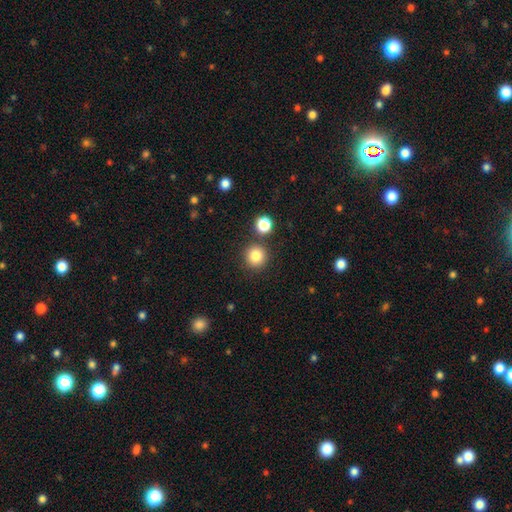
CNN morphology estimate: Smooth or featured?
  - smooth: 83% *
  - star or artifact: 12%
  - featured or disk: 6%
How rounded?
  - round: 94% *
  - in between: 5%
  - cigar-shaped: 1%
Merging?
  - none: 85% *
  - merger: 7%
  - minor disturbance: 7%
  - major disturbance: 2%